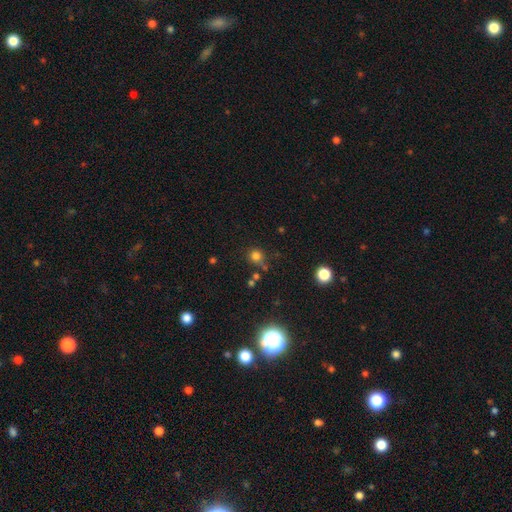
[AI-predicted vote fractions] A smooth galaxy with no disk features (75%) that is round (90%).

Vote fractions:
- Smooth or featured? smooth: 75% / star or artifact: 18% / featured or disk: 6%
- How rounded? round: 90% / in between: 9% / cigar-shaped: 1%
- Merging? none: 70% / minor disturbance: 13% / merger: 12% / major disturbance: 5%